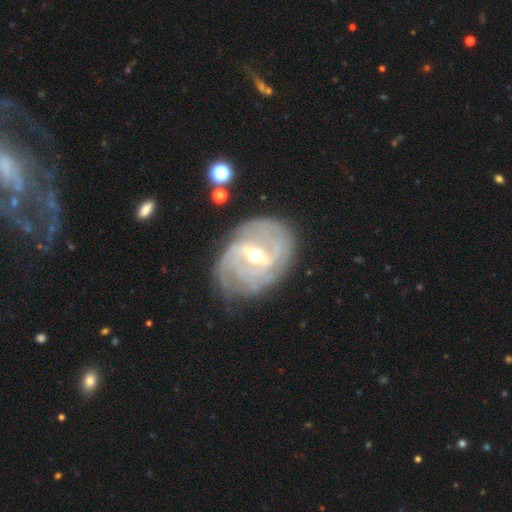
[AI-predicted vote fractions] A featured or disk galaxy (88%) with a strong bar (46%), tight (60%) spiral arms (92%) and a moderate central bulge (51%). Merging: none (73%).